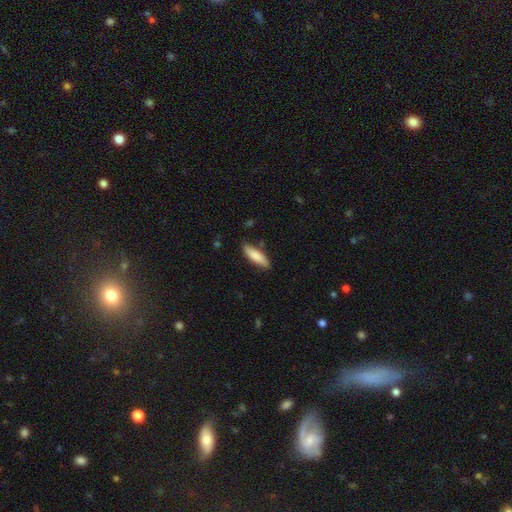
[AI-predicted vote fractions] Smooth or featured? smooth (82%)
How rounded? cigar-shaped (54%)
Merging? none (83%)